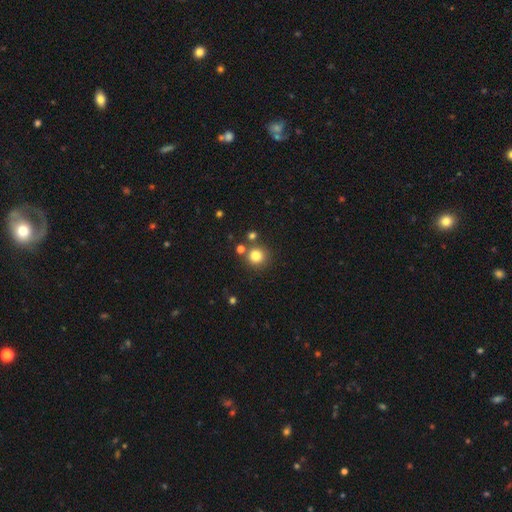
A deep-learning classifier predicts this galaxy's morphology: Smooth or featured? Predicted: smooth (p=0.82). How rounded? Predicted: round (p=0.93). Merging? Predicted: none (p=0.79).